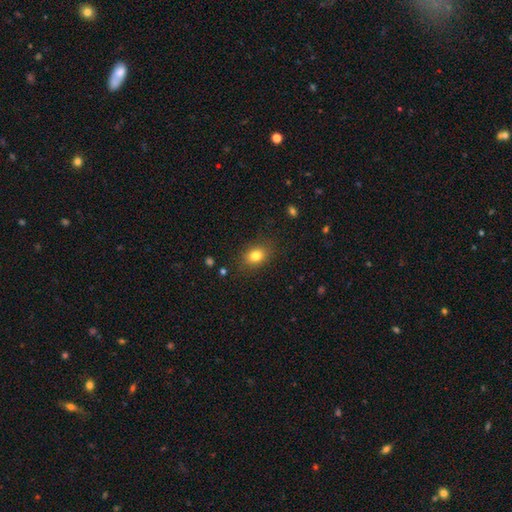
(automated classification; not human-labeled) Smooth or featured: smooth — 82% (star or artifact — 10%)
How rounded: in between — 67% (round — 31%)
Merging: none — 84% (minor disturbance — 11%)